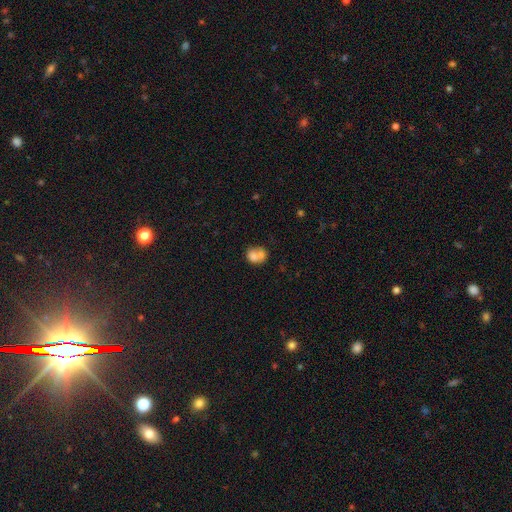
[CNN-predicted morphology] This appears to be a smooth galaxy with no disk features (71%) that is round (55%). Merging: merger (60%).